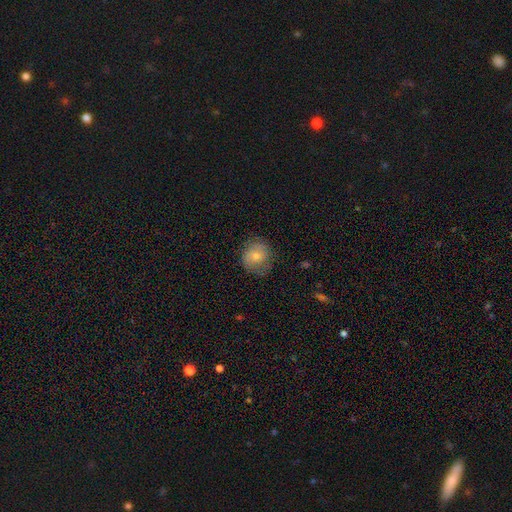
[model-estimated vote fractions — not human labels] smooth-or-featured: smooth: 67% | featured or disk: 24% | star or artifact: 8%
  how-rounded: round: 79% | in between: 20% | cigar-shaped: 1%
  merging: none: 68% | minor disturbance: 22% | major disturbance: 9% | merger: 1%